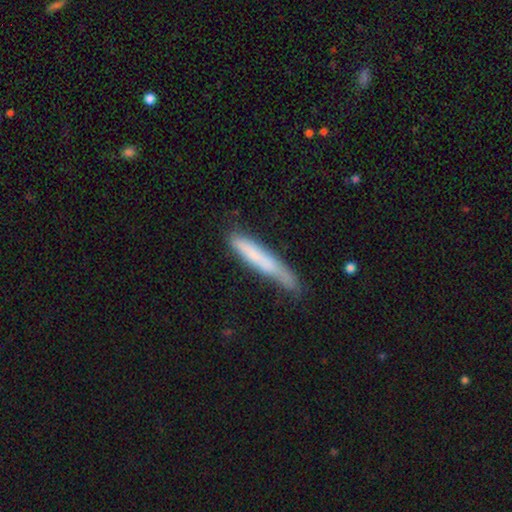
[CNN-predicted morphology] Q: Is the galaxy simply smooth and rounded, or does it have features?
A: smooth — 68%.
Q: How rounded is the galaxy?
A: cigar-shaped — 93%.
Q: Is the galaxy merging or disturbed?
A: none — 57%.